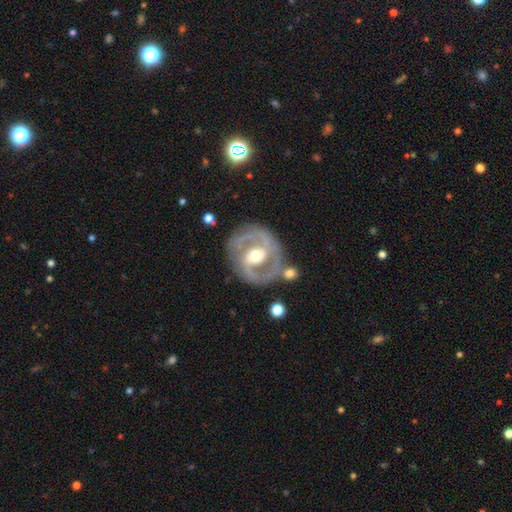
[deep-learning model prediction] This is clearly a featured or disk galaxy (84%). It is clearly not viewed edge-on (97%). Bar: marginally weak (40%). Spiral arm pattern: clearly yes (83%). Spiral arm count: clearly 2 (82%). Spiral winding: possibly medium (49%). Central bulge: likely moderate (73%). Merging: likely none (74%).